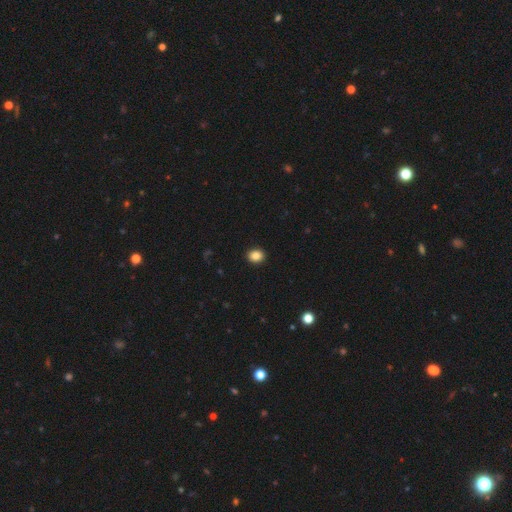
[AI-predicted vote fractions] This appears to be a smooth galaxy with no disk features (86%) that is round (69%). Merging: none (92%).